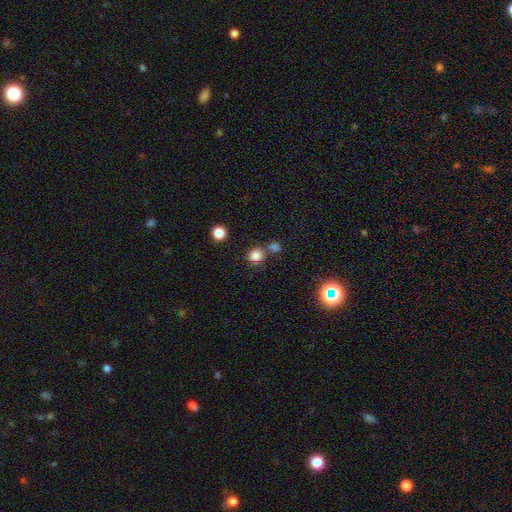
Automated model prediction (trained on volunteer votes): smooth 81%, star or artifact 14%, featured or disk 5%. Down the decision tree: how rounded — round (89%); merging — none (64%).